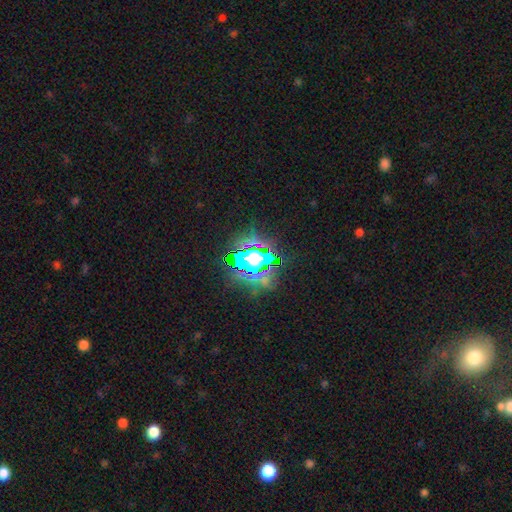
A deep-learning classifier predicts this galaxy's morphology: This is likely a star or artifact rather than a galaxy (64%).